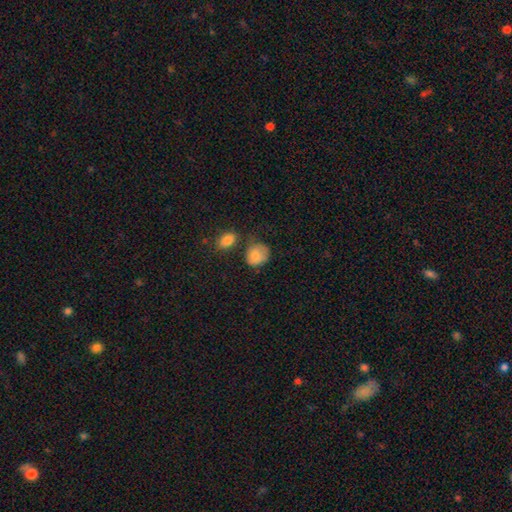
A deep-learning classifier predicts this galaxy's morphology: Overall: smooth (82%). How rounded: round (56%; in between 43%). Merging: none (47%; minor disturbance 32%).